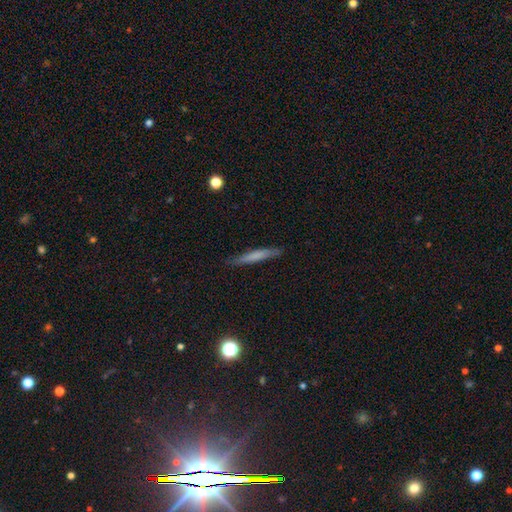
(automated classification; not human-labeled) A smooth galaxy with no disk features (65%) that is cigar-shaped (94%). Merging: none (87%).